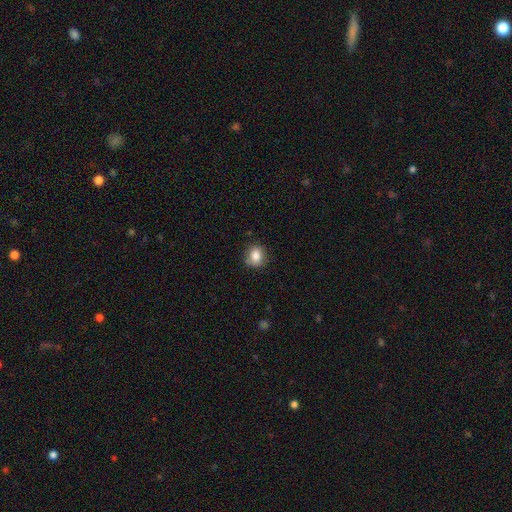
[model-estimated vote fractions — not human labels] smooth_or_featured: smooth (p=0.83) [alt: star or artifact p=0.10]
how_rounded: round (p=0.59) [alt: in between p=0.40]
merging: none (p=0.82) [alt: minor disturbance p=0.14]